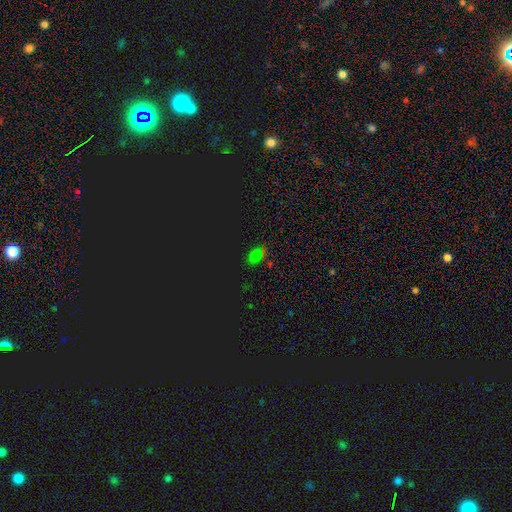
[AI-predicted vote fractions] Smooth or featured: smooth — 48% (star or artifact — 44%)
Merging: none — 71% (minor disturbance — 17%)